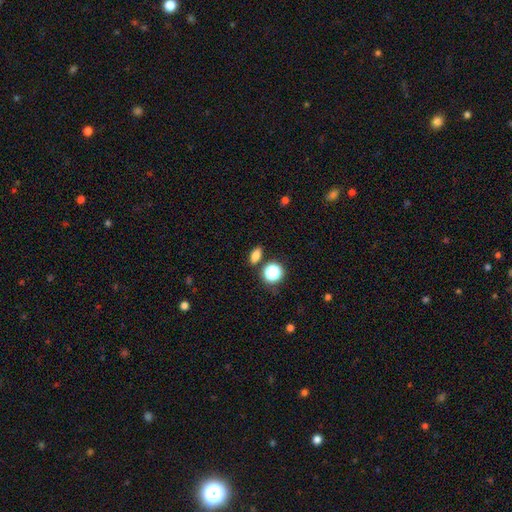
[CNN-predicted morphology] This is likely a smooth galaxy (78%). How rounded: likely in between (71%). Merging: clearly none (82%).